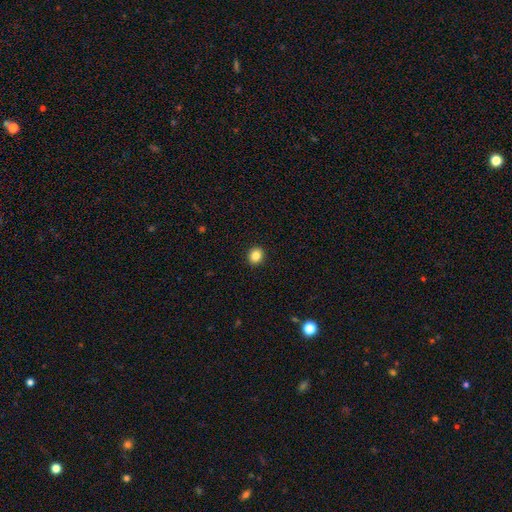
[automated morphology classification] A smooth galaxy with no disk features (85%) that is round (82%).

Vote fractions:
- Smooth or featured? smooth: 85% / star or artifact: 10% / featured or disk: 5%
- How rounded? round: 82% / in between: 17% / cigar-shaped: 1%
- Merging? none: 93% / minor disturbance: 5% / major disturbance: 2% / merger: 1%